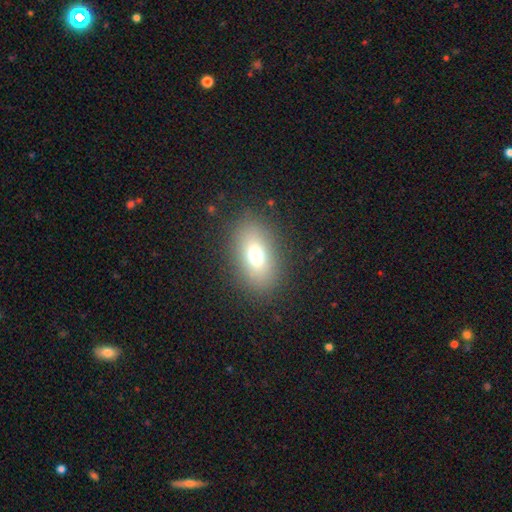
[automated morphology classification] smooth-or-featured: smooth: 70% | featured or disk: 16% | star or artifact: 13%
  how-rounded: in between: 82% | round: 14% | cigar-shaped: 4%
  merging: none: 85% | minor disturbance: 9% | major disturbance: 5% | merger: 1%